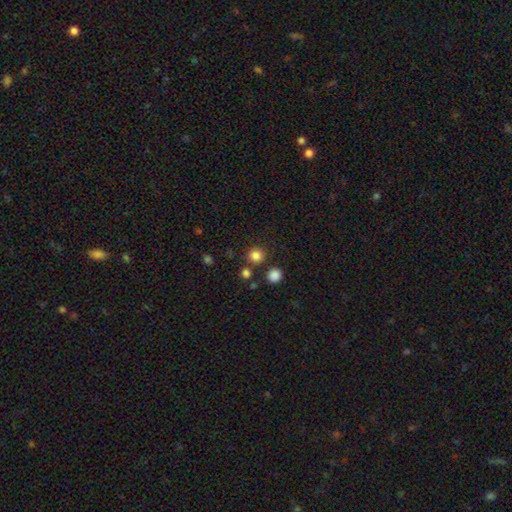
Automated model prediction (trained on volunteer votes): This appears to be a smooth galaxy with no disk features (83%) that is round (92%). Merging: none (83%).